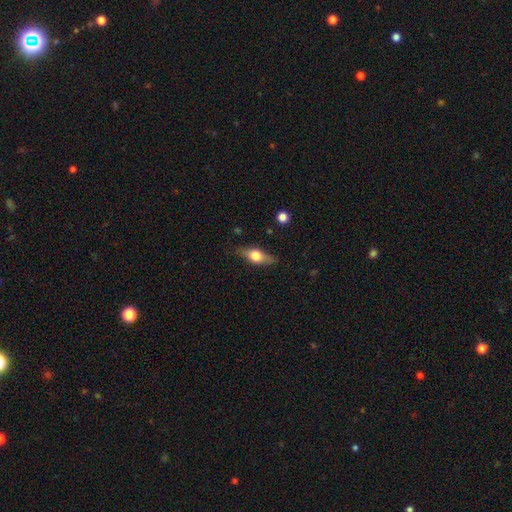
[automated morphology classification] This is possibly a smooth galaxy (55%). How rounded: likely in between (67%). Merging: likely none (78%).